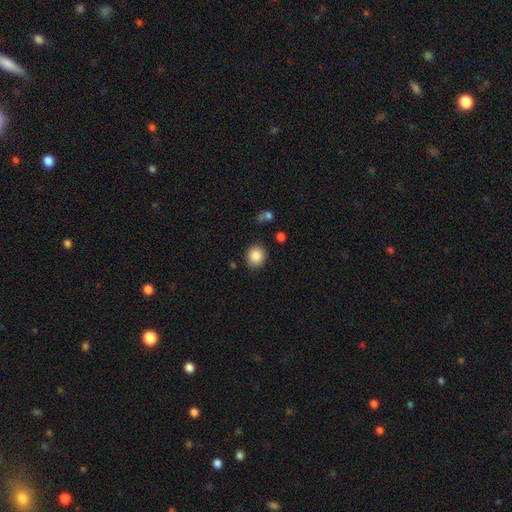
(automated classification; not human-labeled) Q: Smooth or featured?
A: smooth (86%); runner-up: star or artifact (9%)
Q: How rounded?
A: round (84%); runner-up: in between (15%)
Q: Merging?
A: none (86%); runner-up: minor disturbance (9%)